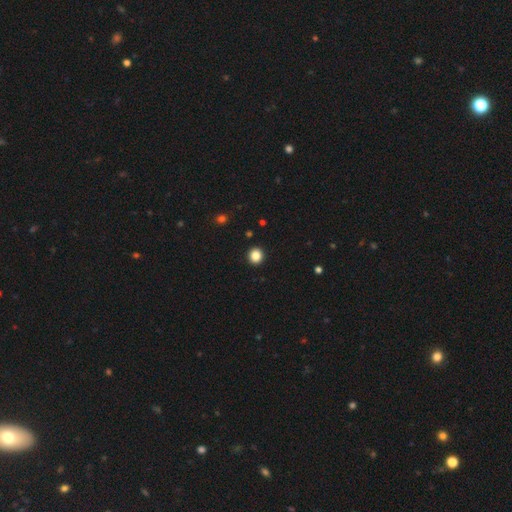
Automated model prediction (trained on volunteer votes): Overall: smooth (85%). How rounded: round (89%). Merging: none (93%).